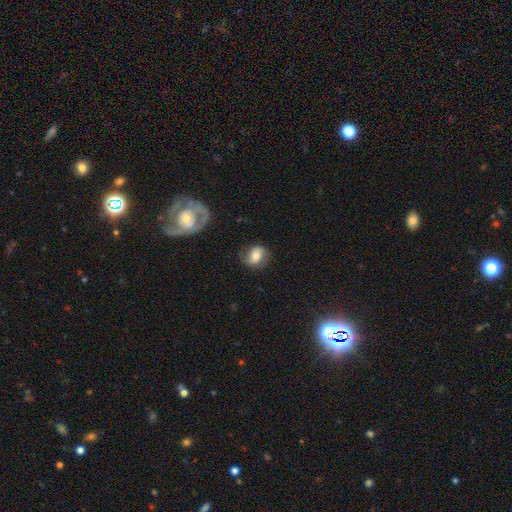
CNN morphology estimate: Smooth or featured: smooth — 47% (featured or disk — 45%)
Merging: none — 73% (minor disturbance — 18%)